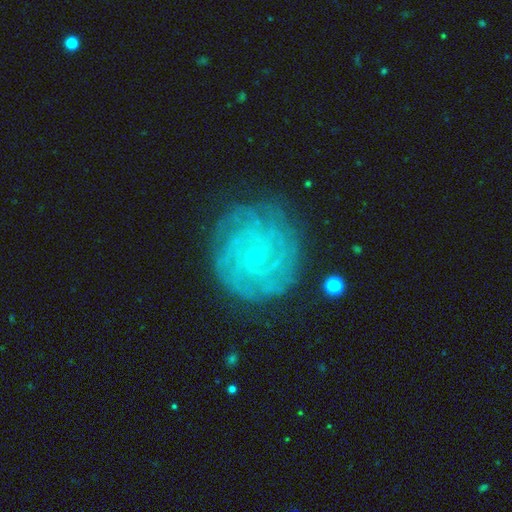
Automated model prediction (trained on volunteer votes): Morphology: type=featured or disk (84%); edge-on=no (98%); bar=no (77%); spiral arms=yes (97%); winding=tight (84%); arm count=can't tell (27%); bulge=small (87%); merging=none (82%).